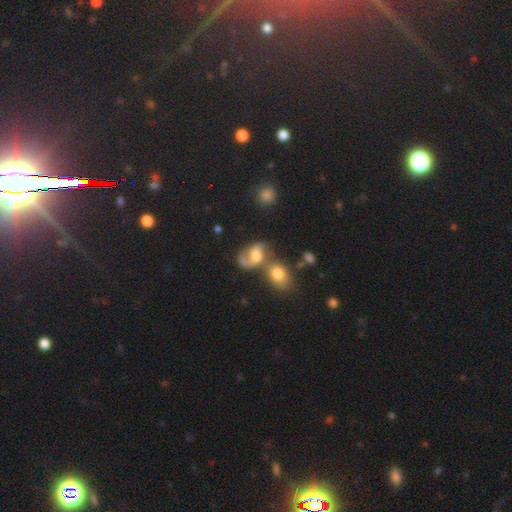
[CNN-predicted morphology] Q: Smooth or featured?
A: smooth (44%); runner-up: featured or disk (32%)
Q: Merging?
A: merger (47%); runner-up: none (35%)